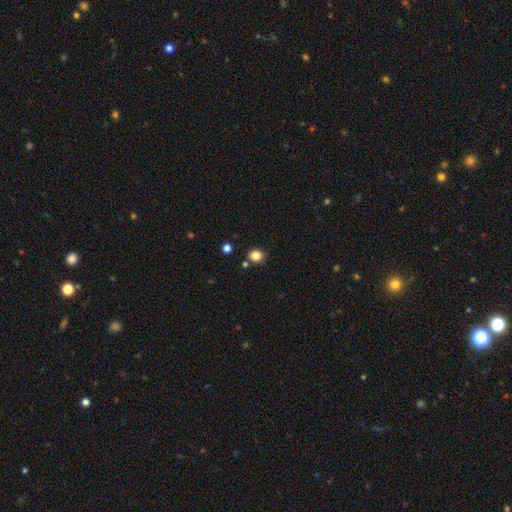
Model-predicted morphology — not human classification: Smooth or featured? Predicted: smooth (p=0.83). How rounded? Predicted: round (p=0.84). Merging? Predicted: none (p=0.84).